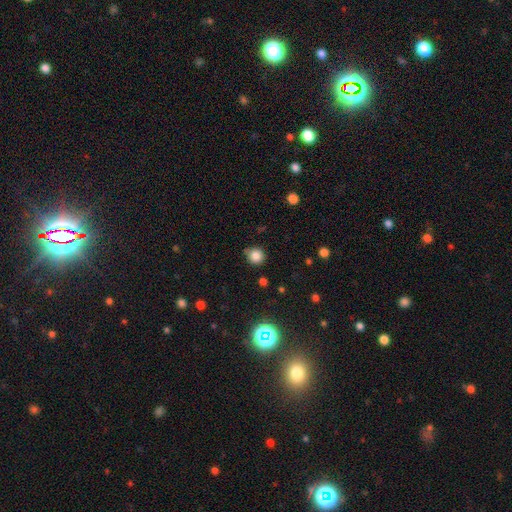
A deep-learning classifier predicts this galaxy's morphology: This is clearly a smooth galaxy (83%). How rounded: clearly round (92%). Merging: likely none (80%).